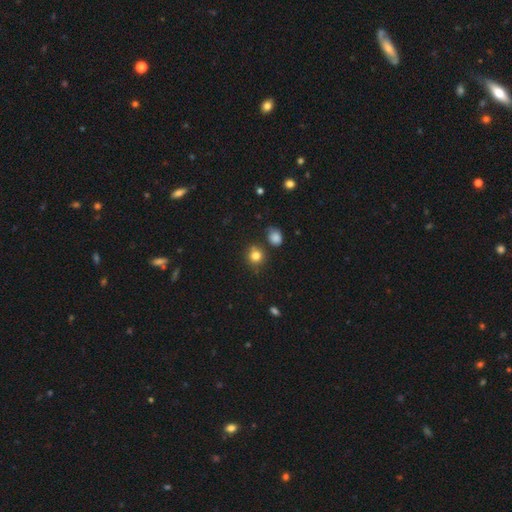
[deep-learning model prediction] Smooth or featured: smooth — 81% (star or artifact — 13%)
How rounded: round — 86% (in between — 13%)
Merging: none — 77% (minor disturbance — 12%)